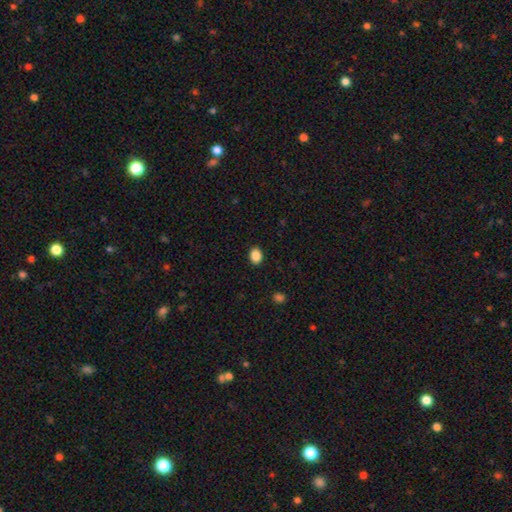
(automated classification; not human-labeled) Smooth or featured? smooth (88%)
How rounded? in between (62%)
Merging? none (91%)